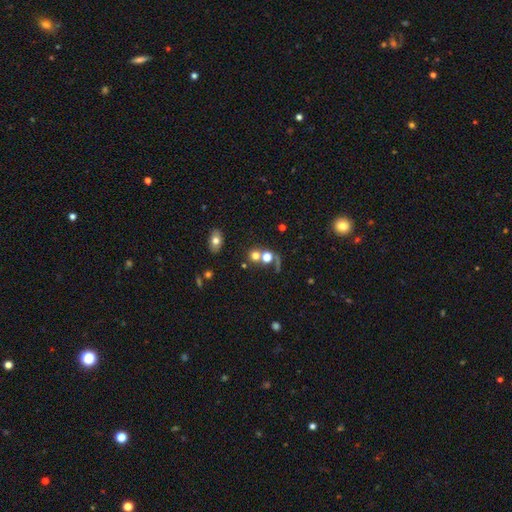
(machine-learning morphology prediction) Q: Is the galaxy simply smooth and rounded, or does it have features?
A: smooth — 66%.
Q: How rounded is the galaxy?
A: round — 84%.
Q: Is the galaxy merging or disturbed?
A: none — 44%.